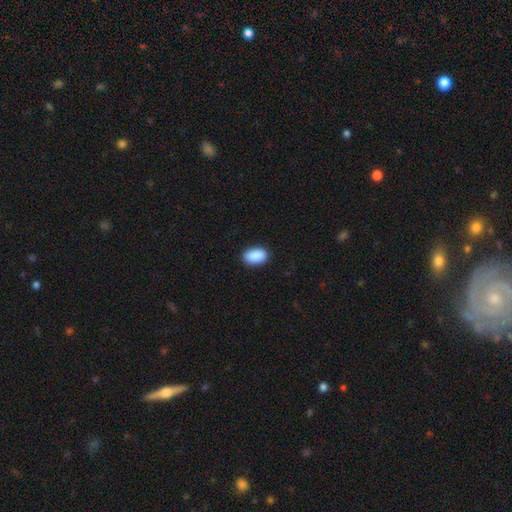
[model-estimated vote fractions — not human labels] Smooth or featured?
  - smooth: 90% *
  - star or artifact: 7%
  - featured or disk: 3%
How rounded?
  - in between: 92% *
  - round: 7%
  - cigar-shaped: 2%
Merging?
  - none: 88% *
  - minor disturbance: 10%
  - major disturbance: 2%
  - merger: 1%